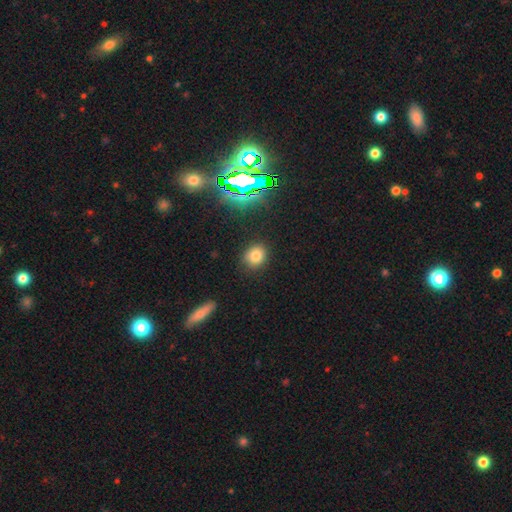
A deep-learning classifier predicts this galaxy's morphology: A smooth galaxy with no disk features (76%) that is round (67%). Merging: none (85%).